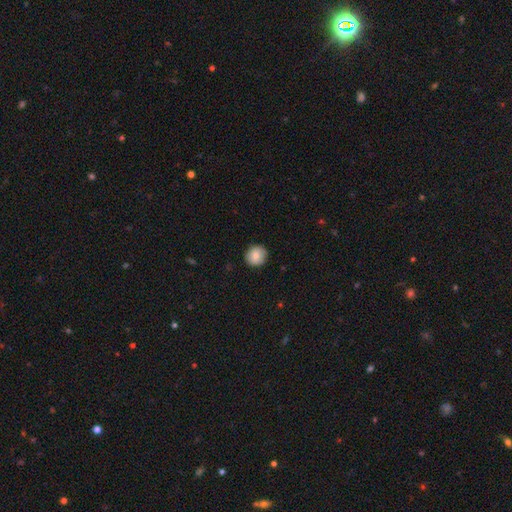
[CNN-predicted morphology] The model was most divided on "smooth or featured": smooth: 83%, featured or disk: 10%, star or artifact: 8%. More confident: how rounded — round (92%); merging — none (89%).